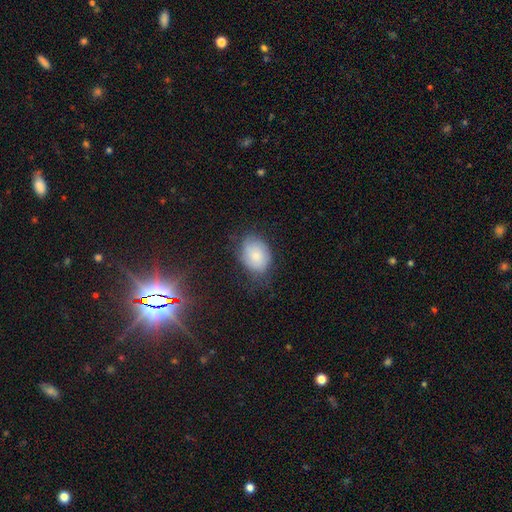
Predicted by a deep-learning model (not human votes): Morphology: type=smooth (75%); roundness=in between (73%); merging=none (58%).